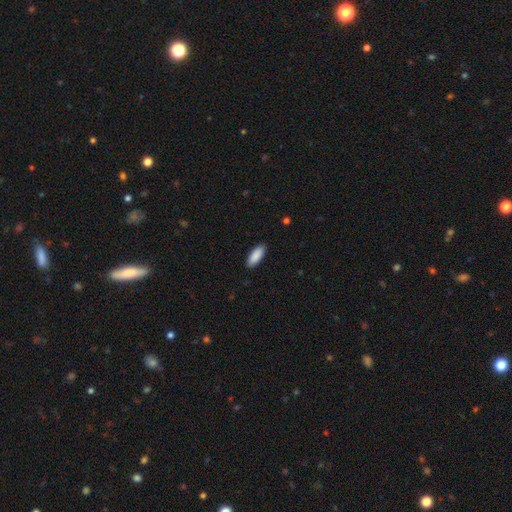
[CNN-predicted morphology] smooth-or-featured: smooth: 90% | star or artifact: 6% | featured or disk: 4%
  how-rounded: in between: 80% | cigar-shaped: 18% | round: 2%
  merging: none: 89% | minor disturbance: 8% | major disturbance: 2% | merger: 1%